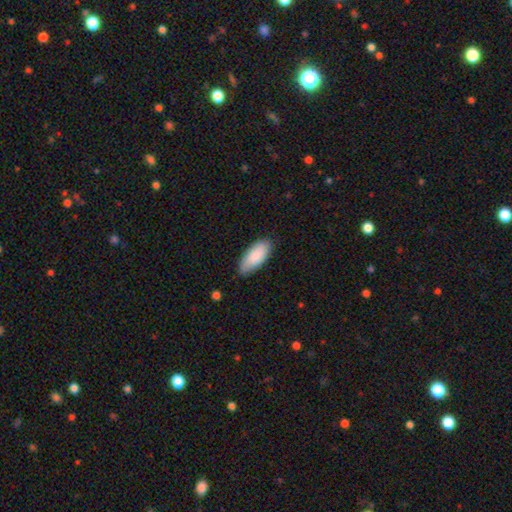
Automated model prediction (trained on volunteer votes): This is clearly a smooth galaxy (86%). How rounded: clearly in between (88%). Merging: clearly none (83%).